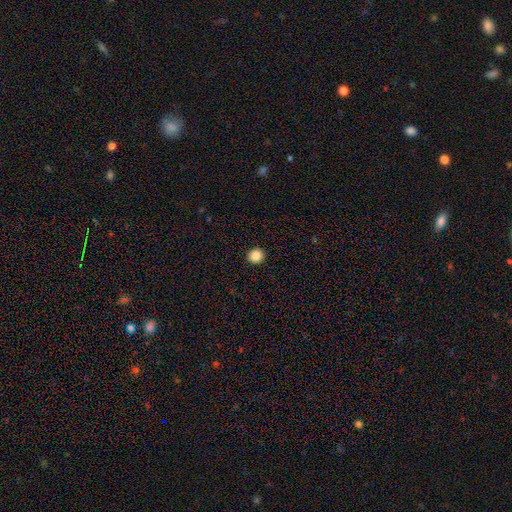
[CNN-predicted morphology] The model was most divided on "smooth or featured": smooth: 85%, star or artifact: 10%, featured or disk: 4%. More confident: how rounded — round (93%); merging — none (93%).